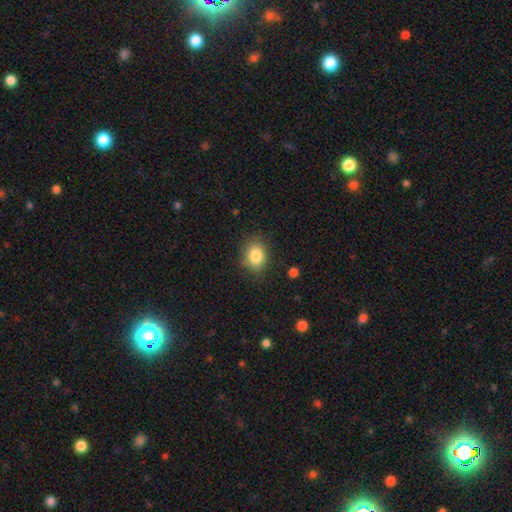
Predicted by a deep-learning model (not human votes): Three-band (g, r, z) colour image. It shows a smooth galaxy with no disk features (84%) that is in between round and cigar-shaped (56%). Merging: none (80%).